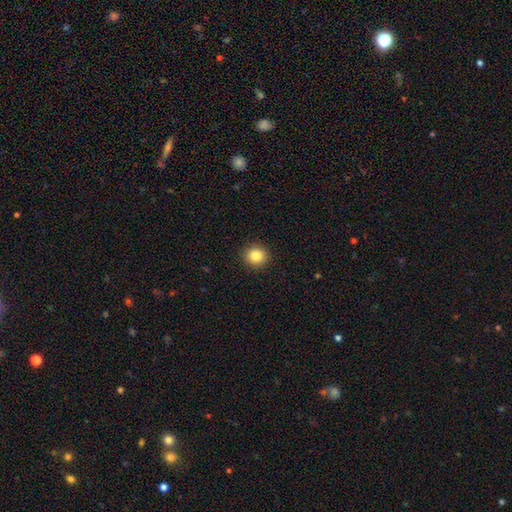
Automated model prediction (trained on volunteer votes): smooth 86%, star or artifact 10%, featured or disk 5%. Down the decision tree: how rounded — round (88%); merging — none (91%).